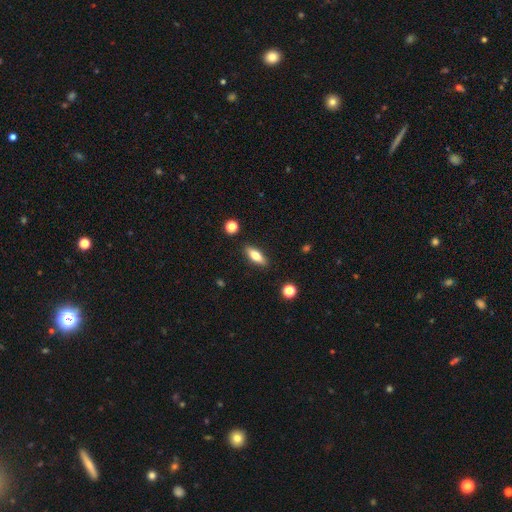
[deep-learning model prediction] Smooth or featured? Predicted: smooth (p=0.69). How rounded? Predicted: in between (p=0.65). Merging? Predicted: none (p=0.88).